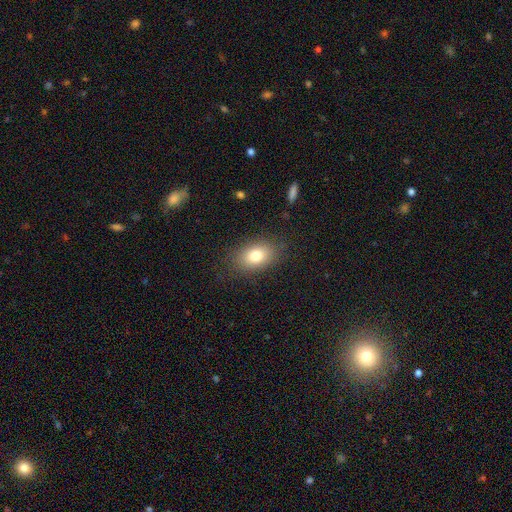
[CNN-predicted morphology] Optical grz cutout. It shows a smooth galaxy with no disk features (78%) that is in between round and cigar-shaped (83%). Merging: none (83%).